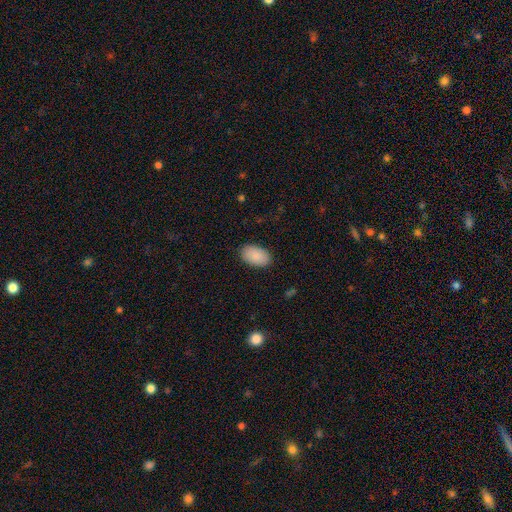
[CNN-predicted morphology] Smooth or featured: smooth — 90% (star or artifact — 6%)
How rounded: in between — 94% (round — 5%)
Merging: none — 88% (minor disturbance — 9%)